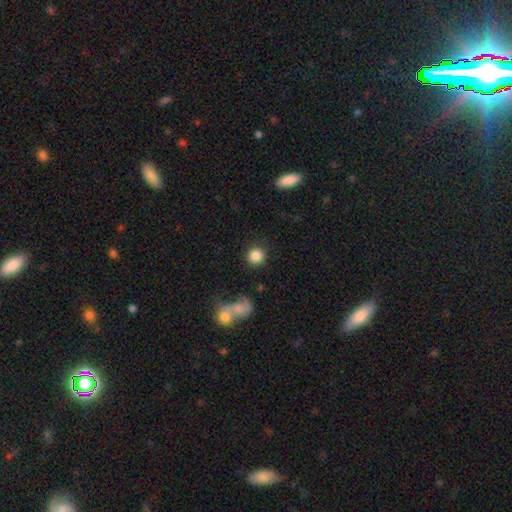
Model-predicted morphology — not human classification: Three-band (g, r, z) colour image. It shows a smooth galaxy with no disk features (86%) that is round (92%). Merging: none (84%).